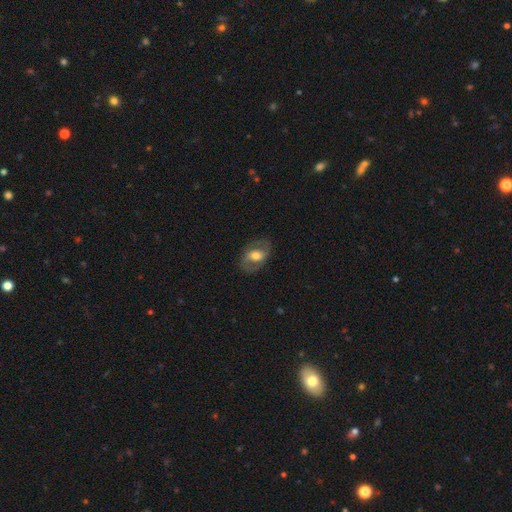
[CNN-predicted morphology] This appears to be a featured or disk galaxy (59%) with a weak bar (39%), spiral arms (67%) and a moderate central bulge (63%). Merging: none (79%).